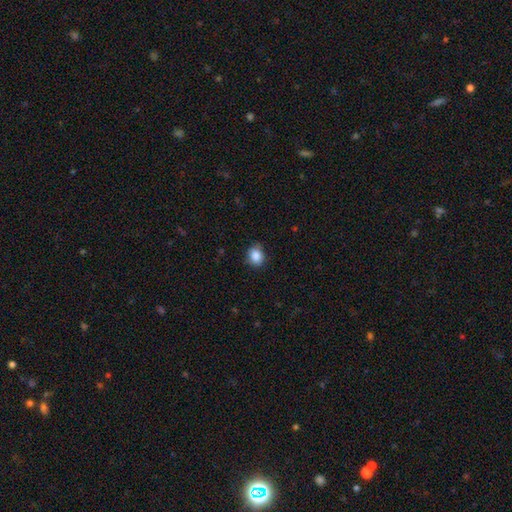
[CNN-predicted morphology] Smooth or featured?
  - smooth: 86% *
  - star or artifact: 9%
  - featured or disk: 4%
How rounded?
  - round: 69% *
  - in between: 30%
  - cigar-shaped: 1%
Merging?
  - none: 80% *
  - minor disturbance: 16%
  - major disturbance: 3%
  - merger: 1%